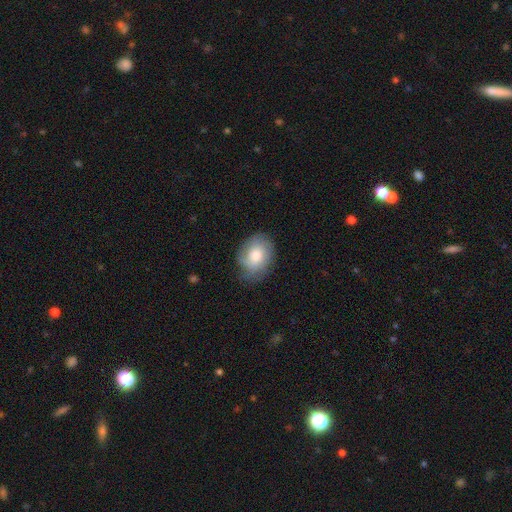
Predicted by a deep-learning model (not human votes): Overall: smooth (66%; featured or disk 27%). How rounded: in between (67%; round 32%). Merging: none (69%).